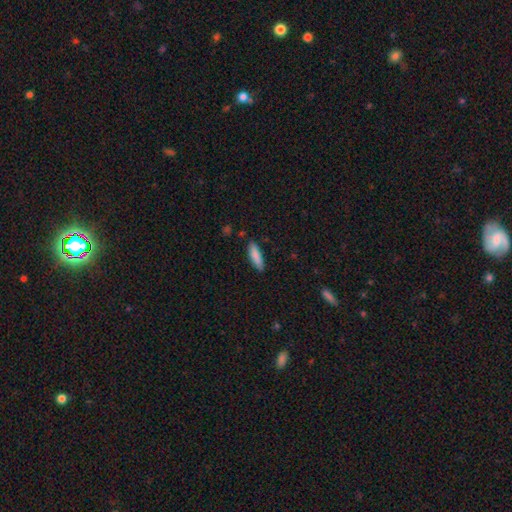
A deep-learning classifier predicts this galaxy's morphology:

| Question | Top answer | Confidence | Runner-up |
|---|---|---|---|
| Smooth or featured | smooth | 86% | featured or disk (8%) |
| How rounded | cigar-shaped | 59% | in between (40%) |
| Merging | none | 84% | minor disturbance (12%) |